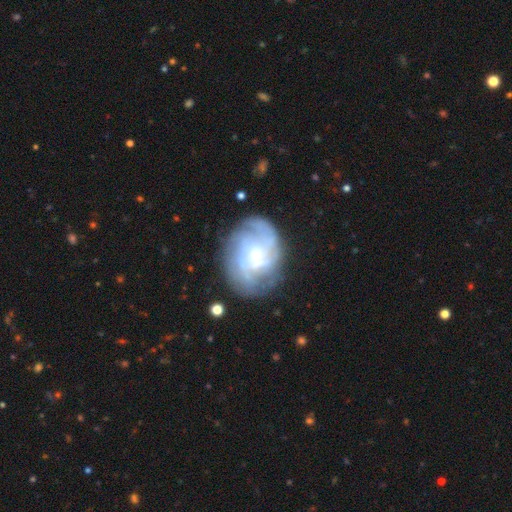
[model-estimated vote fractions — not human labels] featured or disk 73%, smooth 20%, star or artifact 8%. Down the decision tree: edge-on disk — no (97%); bar — no (61%); spiral arms — yes (84%); spiral arm count — can't tell (42%); spiral winding — tight (45%); bulge size — small (59%); merging — none (68%).